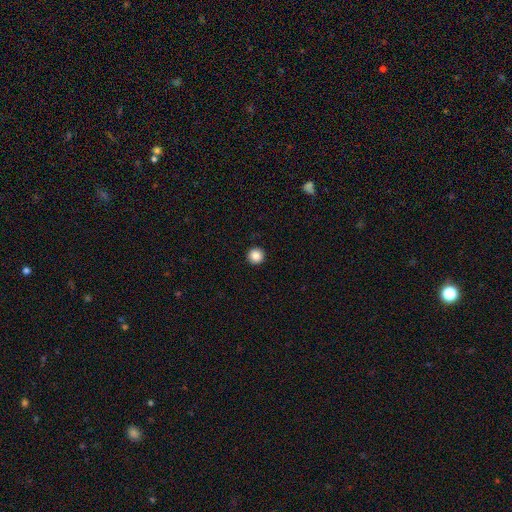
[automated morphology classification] This appears to be a smooth galaxy with no disk features (87%) that is round (96%). Merging: none (94%).